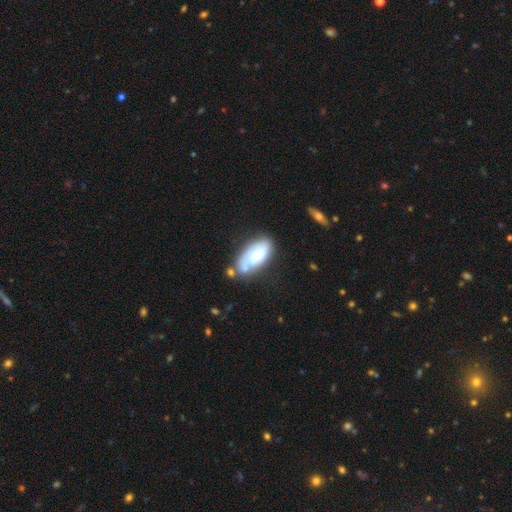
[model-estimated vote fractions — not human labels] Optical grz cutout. It shows a smooth galaxy with no disk features (47%). Merging: none (44%).